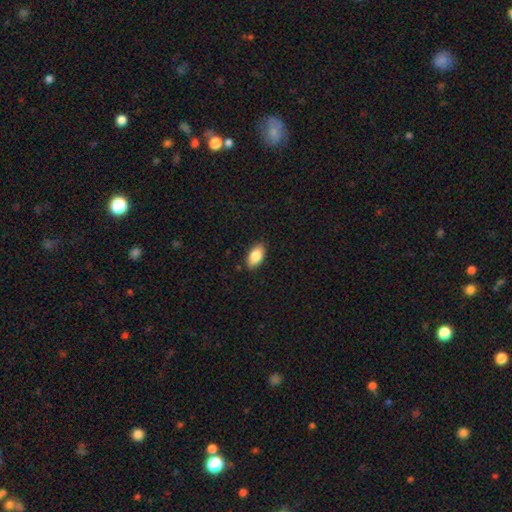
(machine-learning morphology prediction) Smooth or featured? smooth (84%)
How rounded? in between (93%)
Merging? none (88%)